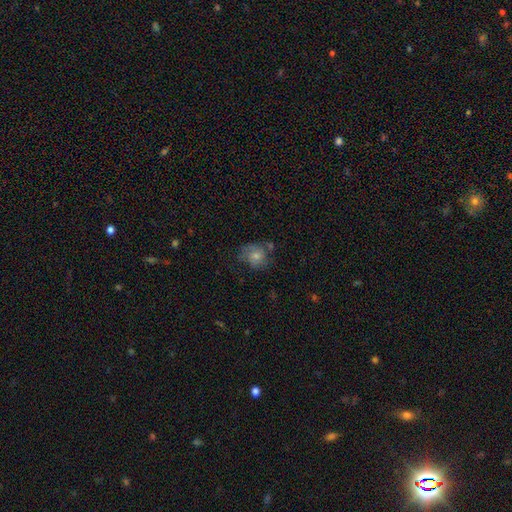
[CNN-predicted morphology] Smooth or featured: smooth — 61% (featured or disk — 29%)
How rounded: round — 67% (in between — 32%)
Merging: none — 50% (minor disturbance — 29%)